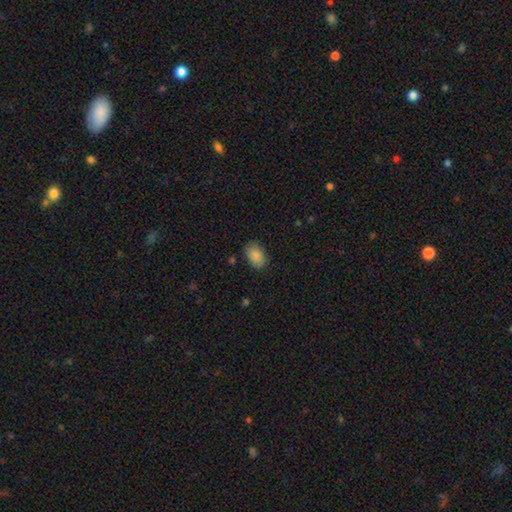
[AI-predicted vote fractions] Morphology: type=smooth (88%); roundness=in between (88%); merging=none (83%).